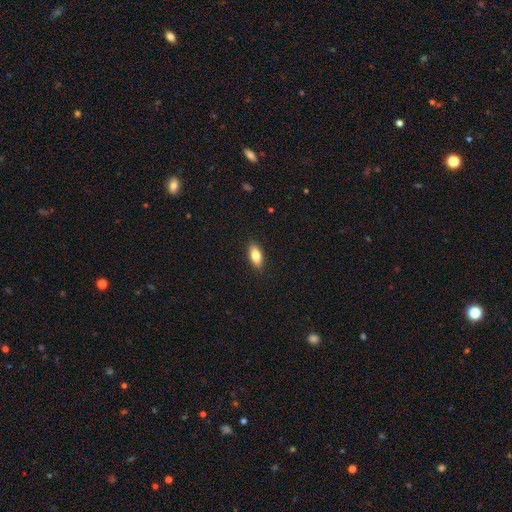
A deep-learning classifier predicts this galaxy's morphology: The model was most divided on "smooth or featured": smooth: 82%, featured or disk: 11%, star or artifact: 7%. More confident: merging — none (89%); how rounded — in between (86%).